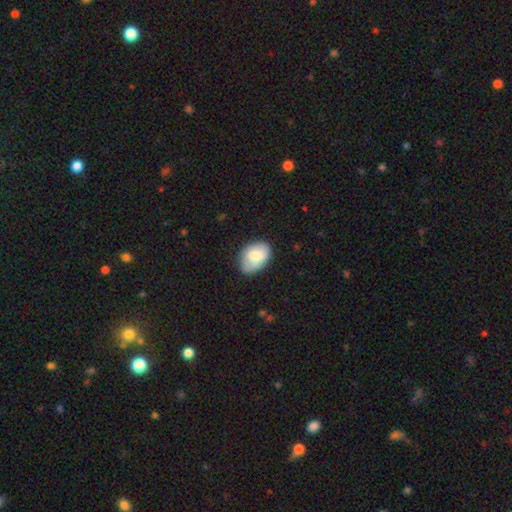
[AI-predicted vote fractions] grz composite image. It shows a smooth galaxy with no disk features (74%) that is in between round and cigar-shaped (85%). Merging: none (66%).